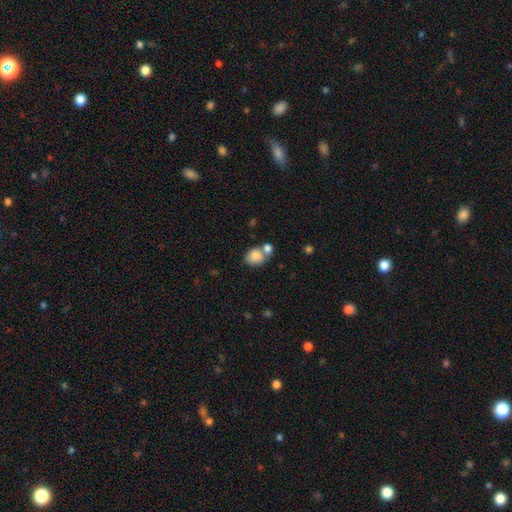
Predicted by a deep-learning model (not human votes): Q: Smooth or featured?
A: smooth (83%); runner-up: featured or disk (9%)
Q: How rounded?
A: in between (53%); runner-up: round (46%)
Q: Merging?
A: none (42%); runner-up: merger (39%)